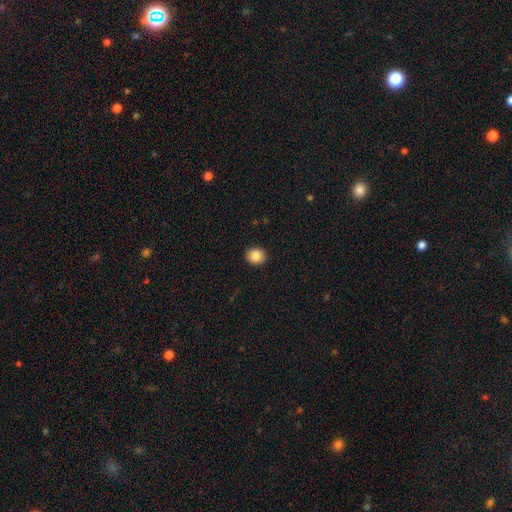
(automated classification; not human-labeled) This is clearly a smooth galaxy (85%). How rounded: likely round (73%). Merging: clearly none (92%).